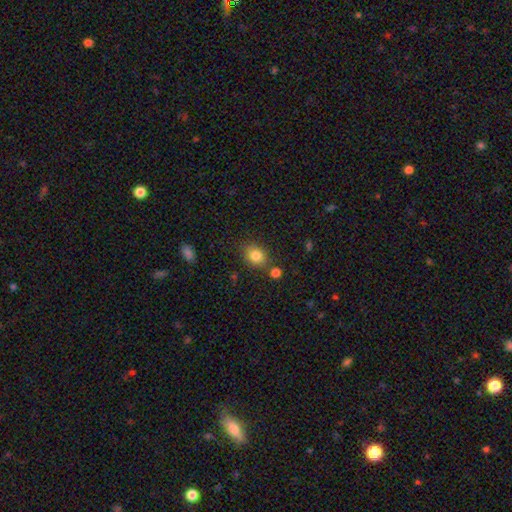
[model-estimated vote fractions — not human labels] Smooth or featured?
  - smooth: 83% *
  - star or artifact: 10%
  - featured or disk: 7%
How rounded?
  - round: 51% *
  - in between: 48%
  - cigar-shaped: 1%
Merging?
  - none: 75% *
  - minor disturbance: 13%
  - merger: 8%
  - major disturbance: 4%